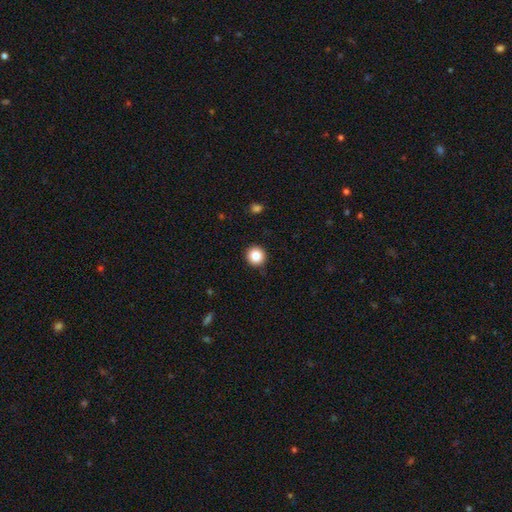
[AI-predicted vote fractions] A smooth galaxy with no disk features (86%) that is round (95%).

Vote fractions:
- Smooth or featured? smooth: 86% / star or artifact: 10% / featured or disk: 5%
- How rounded? round: 95% / in between: 4% / cigar-shaped: 1%
- Merging? none: 91% / minor disturbance: 6% / major disturbance: 2% / merger: 1%